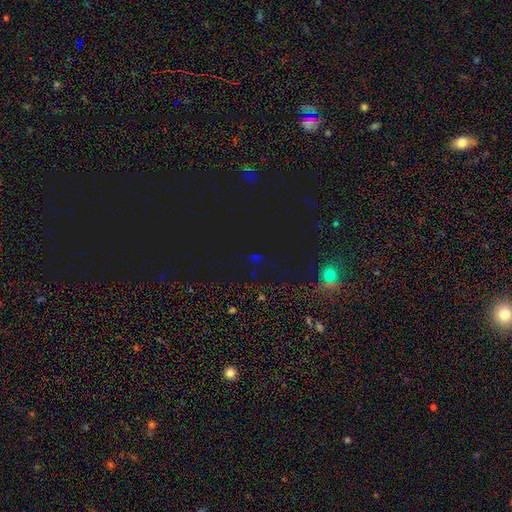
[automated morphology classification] This is likely a star or artifact rather than a galaxy (76%).